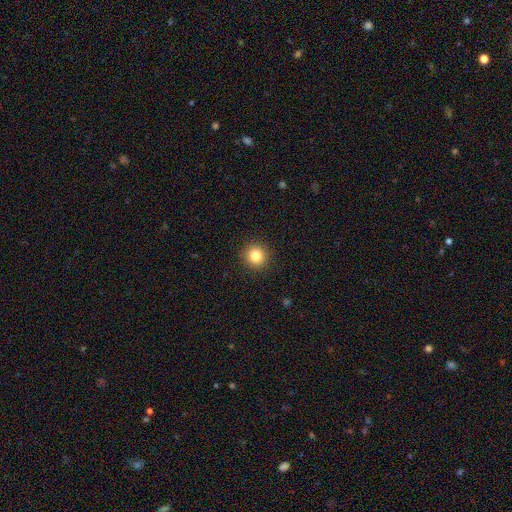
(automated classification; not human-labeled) Smooth or featured?
  - smooth: 84% *
  - star or artifact: 11%
  - featured or disk: 5%
How rounded?
  - round: 92% *
  - in between: 7%
  - cigar-shaped: 1%
Merging?
  - none: 92% *
  - minor disturbance: 5%
  - major disturbance: 2%
  - merger: 1%